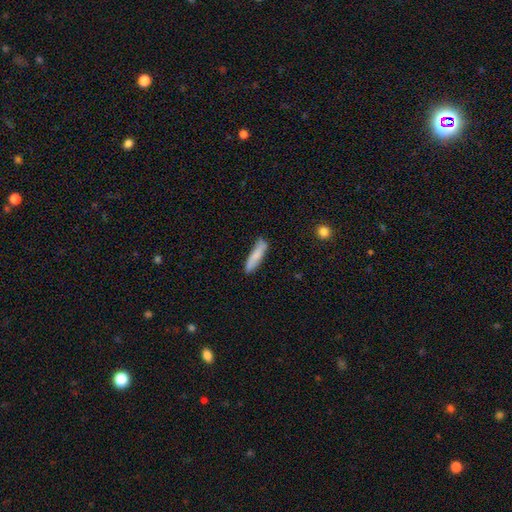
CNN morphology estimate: A smooth galaxy with no disk features (79%) that is cigar-shaped (79%).

Vote fractions:
- Smooth or featured? smooth: 79% / featured or disk: 15% / star or artifact: 6%
- How rounded? cigar-shaped: 79% / in between: 20% / round: 2%
- Merging? none: 78% / minor disturbance: 17% / major disturbance: 3% / merger: 2%